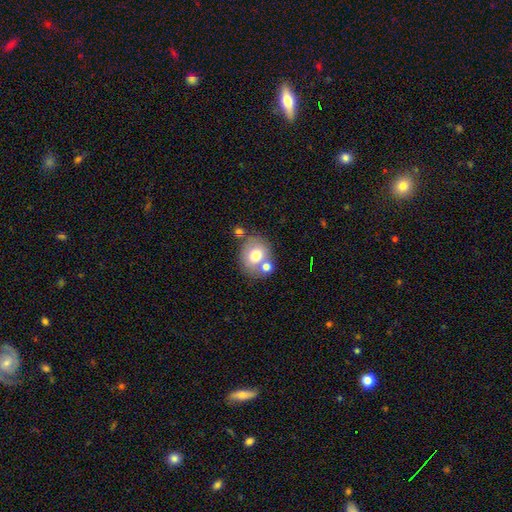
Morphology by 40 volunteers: smooth 78%, featured or disk 15%, star or artifact 8%. Down the decision tree: how rounded — round (84%); merging — none (54%).